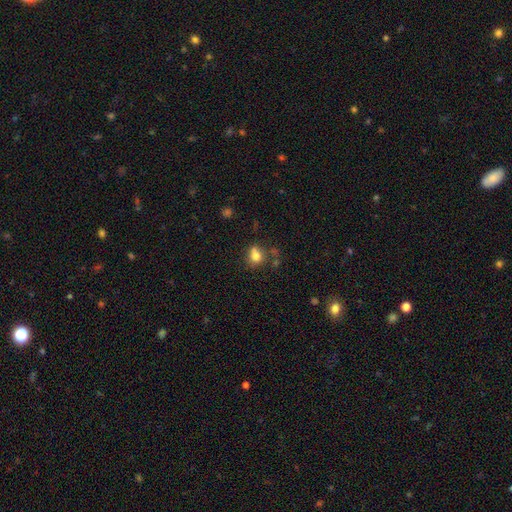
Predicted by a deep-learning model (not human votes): smooth 77%, star or artifact 12%, featured or disk 10%. Down the decision tree: how rounded — round (60%); merging — none (53%).